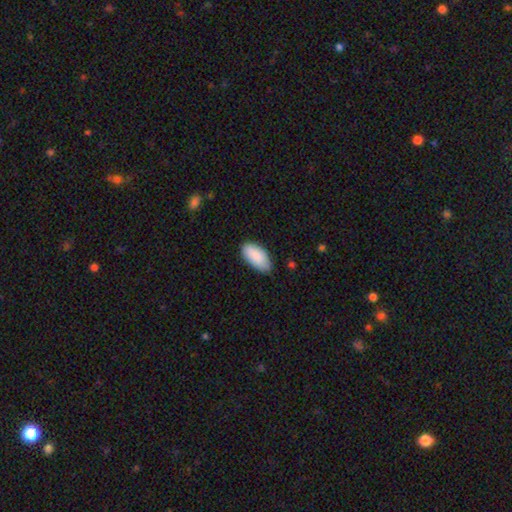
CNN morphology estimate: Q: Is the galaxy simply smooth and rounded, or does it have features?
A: smooth — 89%.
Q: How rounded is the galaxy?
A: in between — 94%.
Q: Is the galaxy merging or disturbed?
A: none — 78%.